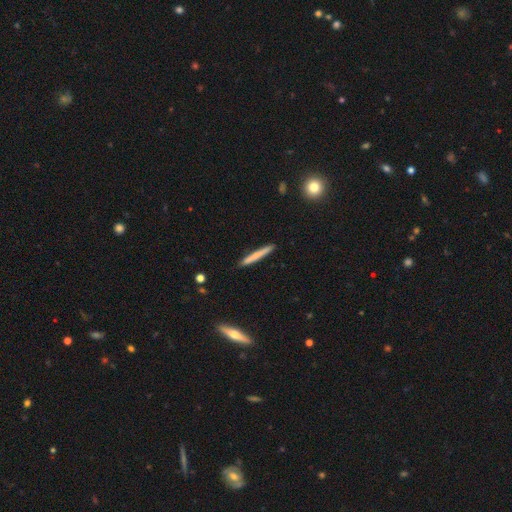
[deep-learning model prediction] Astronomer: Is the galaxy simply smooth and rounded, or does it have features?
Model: smooth — 69%.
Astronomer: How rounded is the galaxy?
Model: cigar-shaped — 96%.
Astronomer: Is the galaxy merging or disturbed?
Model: none — 90%.